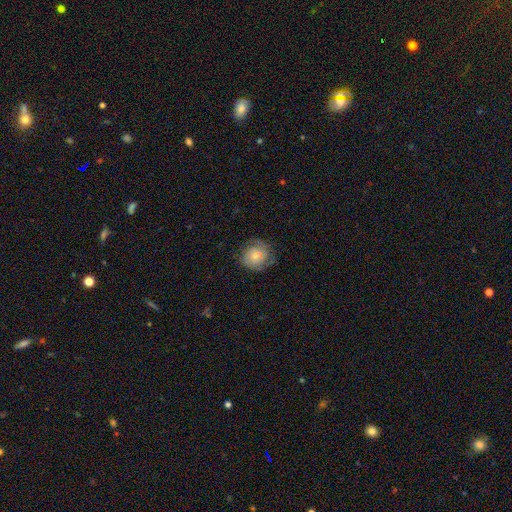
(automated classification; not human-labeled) smooth 54%, featured or disk 38%, star or artifact 8%. Down the decision tree: how rounded — round (82%); merging — none (68%).